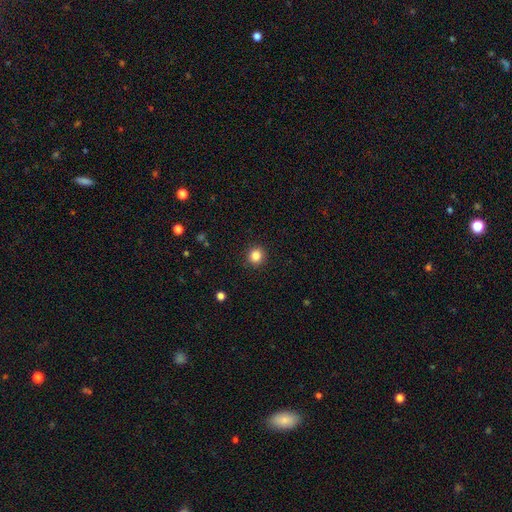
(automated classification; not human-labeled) This is clearly a smooth galaxy (85%). How rounded: clearly round (90%). Merging: clearly none (91%).